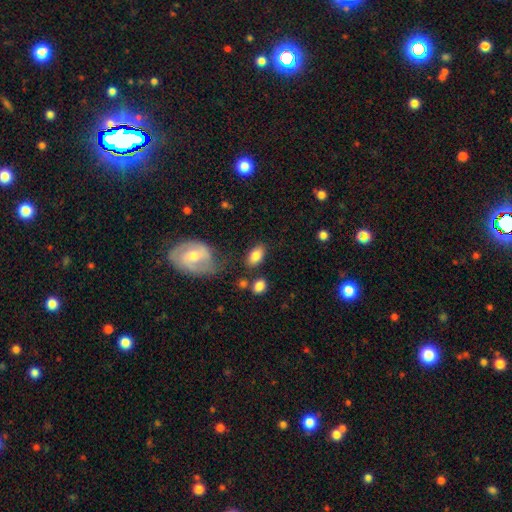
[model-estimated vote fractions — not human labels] Smooth or featured: smooth — 82% (featured or disk — 11%)
How rounded: in between — 91% (round — 7%)
Merging: none — 75% (minor disturbance — 14%)